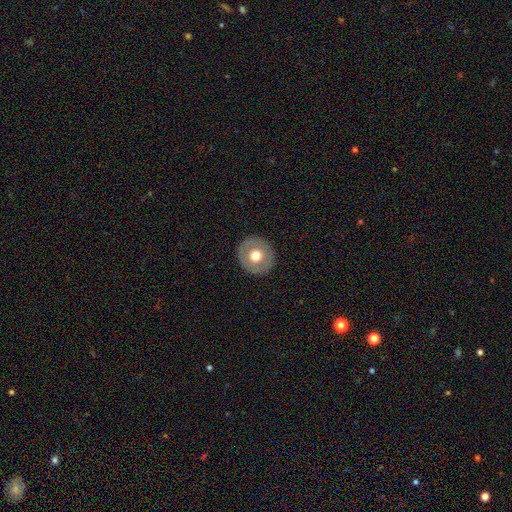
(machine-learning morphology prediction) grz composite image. It shows a smooth galaxy with no disk features (60%) that is round (93%). Merging: none (90%).